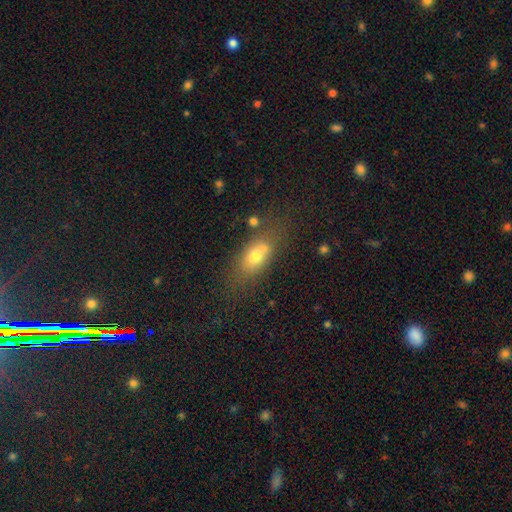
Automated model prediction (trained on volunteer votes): Morphology: type=smooth (67%); roundness=in between (73%); merging=none (53%).